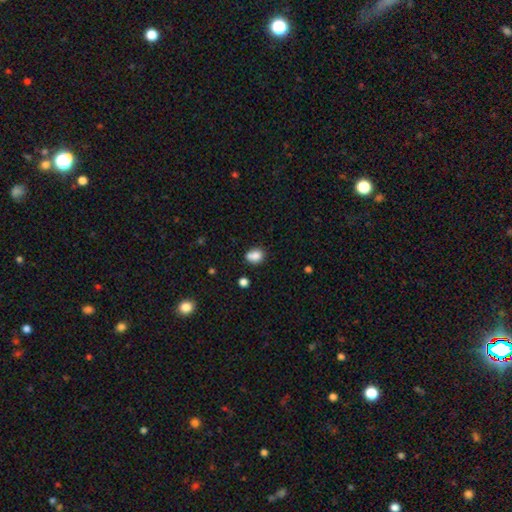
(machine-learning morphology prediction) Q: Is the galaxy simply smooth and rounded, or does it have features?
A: smooth — 80%.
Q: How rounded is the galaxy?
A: round — 56%.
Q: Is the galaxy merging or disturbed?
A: none — 49%.